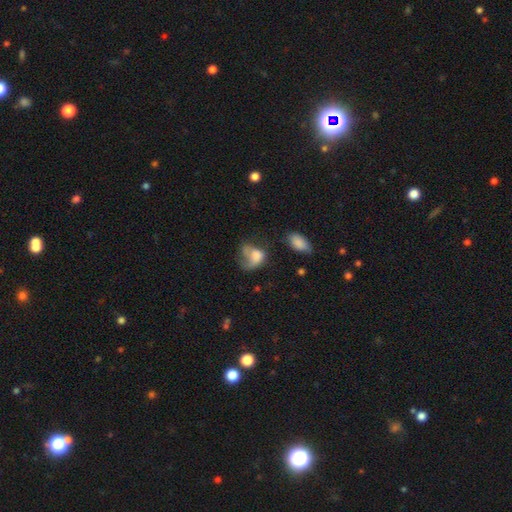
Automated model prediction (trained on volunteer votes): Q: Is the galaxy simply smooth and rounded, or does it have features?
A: smooth — 59%.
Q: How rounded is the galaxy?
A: in between — 66%.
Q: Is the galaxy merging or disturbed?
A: major disturbance — 50%.